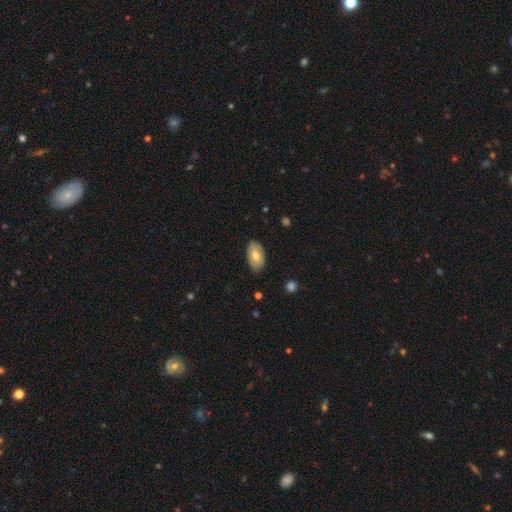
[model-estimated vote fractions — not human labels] Smooth or featured? smooth (62%)
How rounded? in between (93%)
Merging? none (82%)